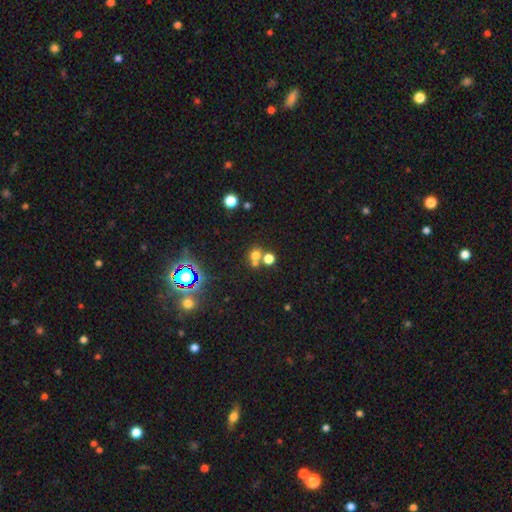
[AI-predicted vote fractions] Smooth or featured: smooth — 62% (star or artifact — 27%)
How rounded: round — 83% (in between — 16%)
Merging: none — 51% (merger — 38%)